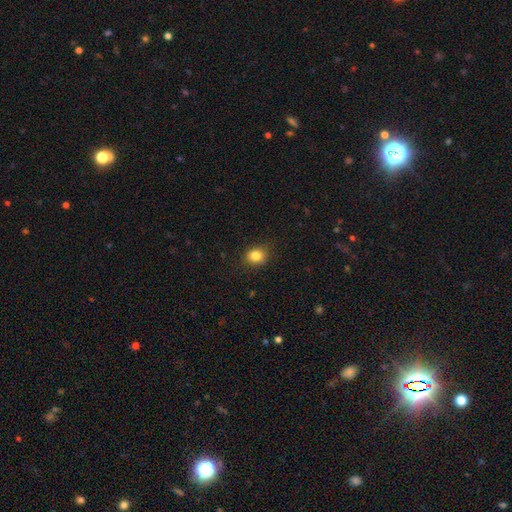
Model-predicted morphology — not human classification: smooth_or_featured: smooth (p=0.84) [alt: star or artifact p=0.11]
how_rounded: round (p=0.69) [alt: in between p=0.31]
merging: none (p=0.86) [alt: minor disturbance p=0.11]